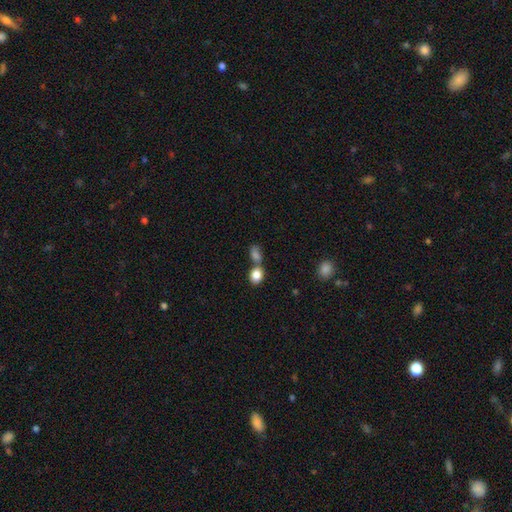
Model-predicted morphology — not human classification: Smooth or featured? Predicted: smooth (p=0.73). How rounded? Predicted: in between (p=0.53). Merging? Predicted: none (p=0.43).